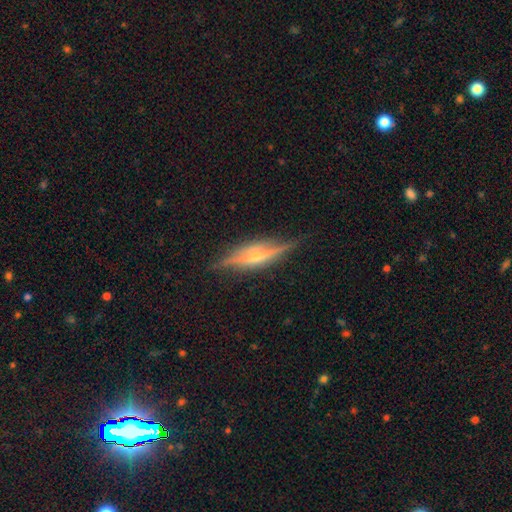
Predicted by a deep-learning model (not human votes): featured or disk 77%, smooth 16%, star or artifact 7%. Down the decision tree: edge-on disk — yes (95%); edge-on bulge — rounded (74%); merging — none (83%).